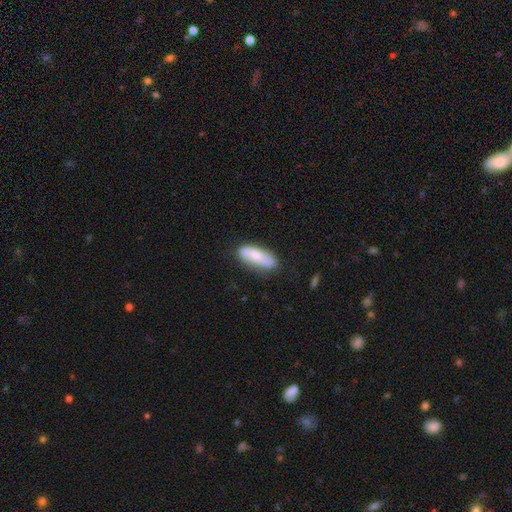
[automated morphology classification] Smooth or featured? Predicted: smooth (p=0.63). How rounded? Predicted: in between (p=0.69). Merging? Predicted: none (p=0.74).